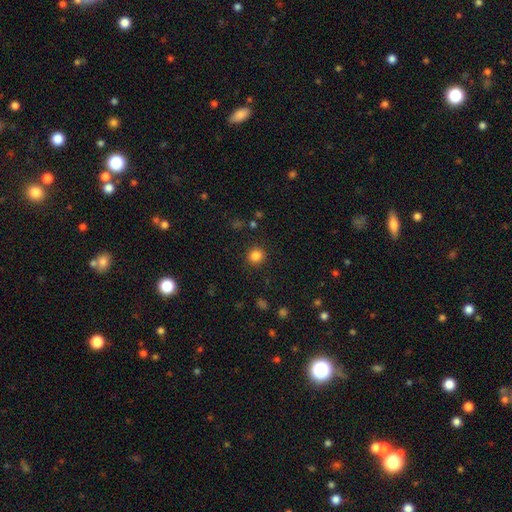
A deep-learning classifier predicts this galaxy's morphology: Smooth or featured? Predicted: smooth (p=0.84). How rounded? Predicted: round (p=0.90). Merging? Predicted: none (p=0.90).